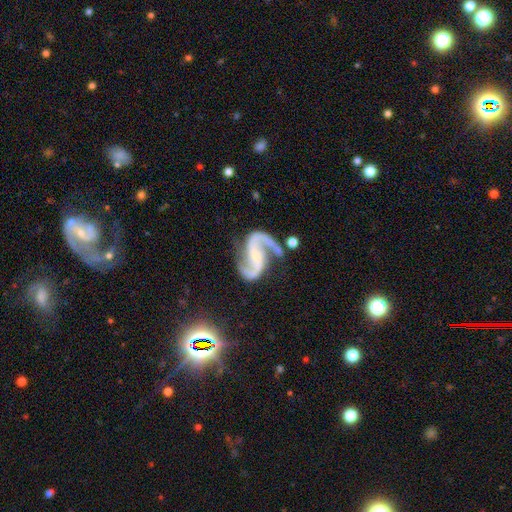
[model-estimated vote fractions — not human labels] smooth_or_featured: featured or disk (p=0.93) [alt: star or artifact p=0.05]
disk_edge_on: no (p=0.98) [alt: yes p=0.02]
bar: no (p=0.38) [alt: weak p=0.34]
has_spiral_arms: yes (p=0.98) [alt: no p=0.02]
spiral_winding: medium (p=0.49) [alt: loose p=0.40]
spiral_arm_count: 2 (p=0.94) [alt: 1 p=0.01]
bulge_size: small (p=0.53) [alt: none p=0.22]
merging: none (p=0.69) [alt: minor disturbance p=0.16]